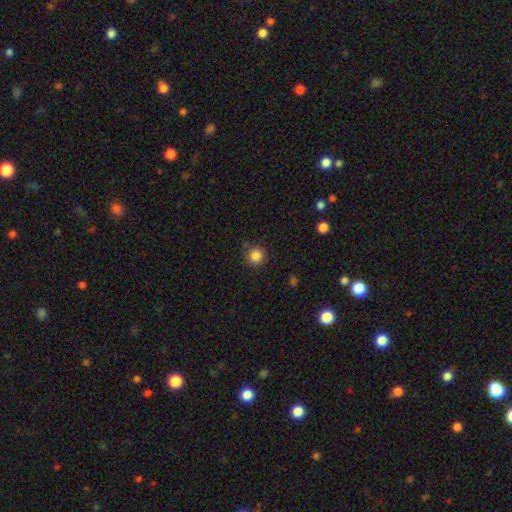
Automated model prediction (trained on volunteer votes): Overall: smooth (85%). How rounded: round (95%). Merging: none (86%).